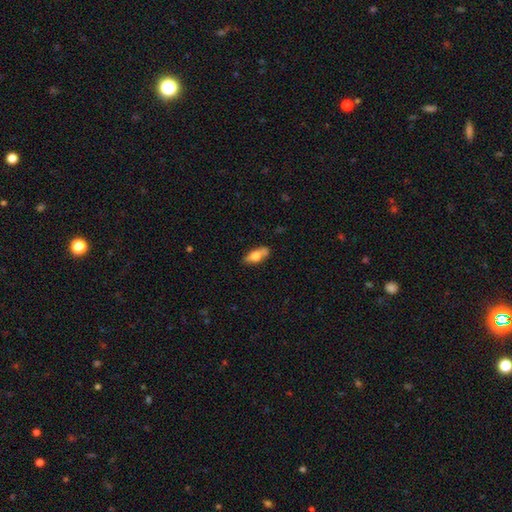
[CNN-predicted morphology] type=smooth (64%); roundness=in between (74%); merging=none (67%).